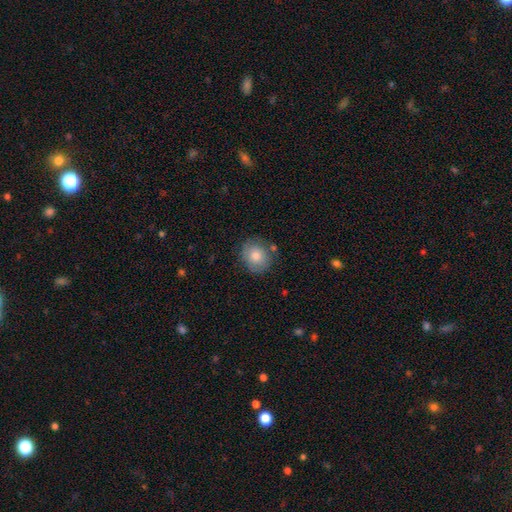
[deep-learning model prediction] This appears to be a smooth galaxy with no disk features (77%) that is round (80%). Merging: none (78%).